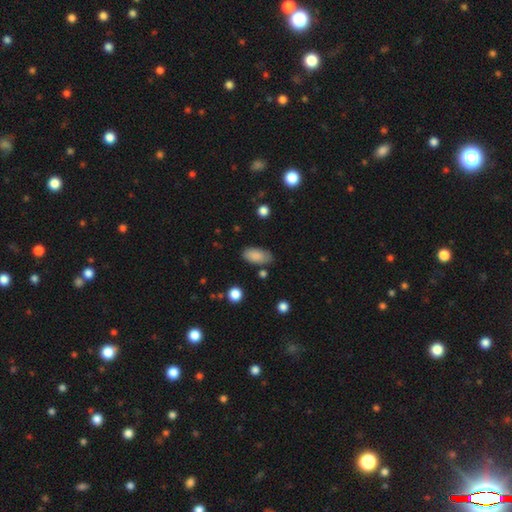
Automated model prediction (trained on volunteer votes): smooth_or_featured: smooth (p=0.86) [alt: star or artifact p=0.07]
how_rounded: in between (p=0.91) [alt: cigar-shaped p=0.06]
merging: none (p=0.74) [alt: minor disturbance p=0.18]